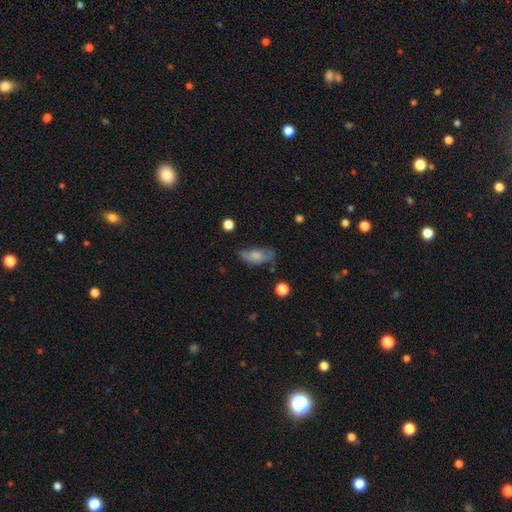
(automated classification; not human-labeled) Smooth or featured: smooth — 69% (featured or disk — 23%)
How rounded: in between — 82% (cigar-shaped — 13%)
Merging: none — 47% (minor disturbance — 33%)